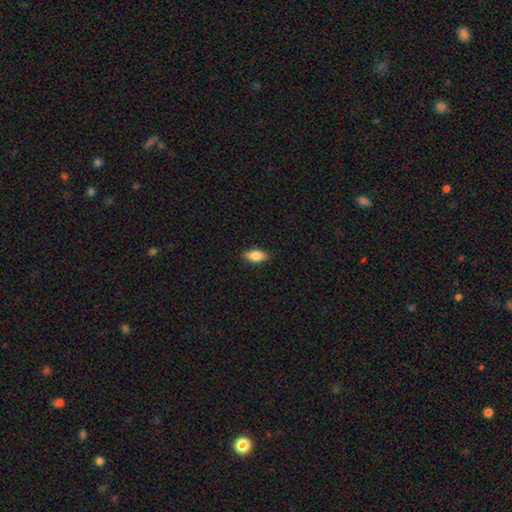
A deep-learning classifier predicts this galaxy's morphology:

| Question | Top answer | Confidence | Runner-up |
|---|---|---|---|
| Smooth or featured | smooth | 83% | featured or disk (10%) |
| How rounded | in between | 87% | cigar-shaped (9%) |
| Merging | none | 88% | minor disturbance (9%) |